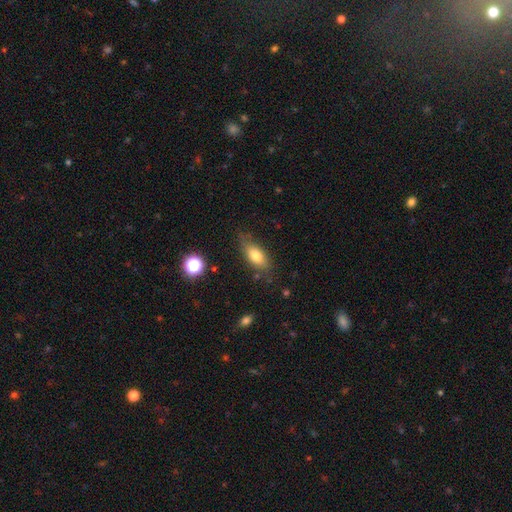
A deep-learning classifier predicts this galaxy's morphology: Smooth or featured?
  - smooth: 75% *
  - featured or disk: 17%
  - star or artifact: 9%
How rounded?
  - in between: 81% *
  - cigar-shaped: 13%
  - round: 6%
Merging?
  - none: 69% *
  - minor disturbance: 22%
  - major disturbance: 6%
  - merger: 3%